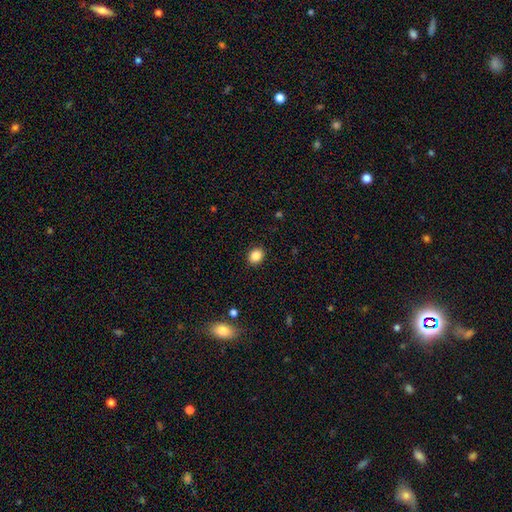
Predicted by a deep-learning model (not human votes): A smooth galaxy with no disk features (86%) that is round (57%).

Vote fractions:
- Smooth or featured? smooth: 86% / star or artifact: 10% / featured or disk: 4%
- How rounded? round: 57% / in between: 42% / cigar-shaped: 1%
- Merging? none: 90% / minor disturbance: 7% / major disturbance: 2% / merger: 1%